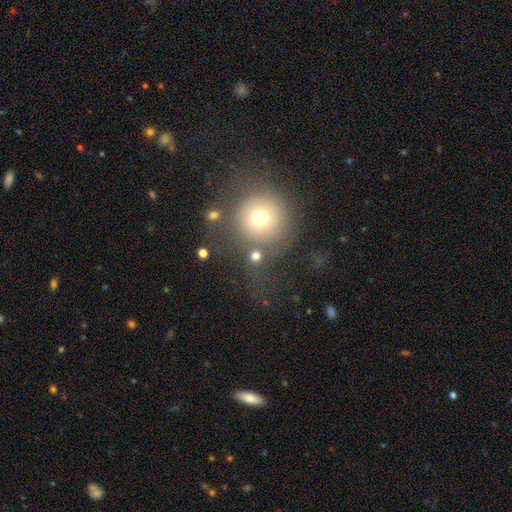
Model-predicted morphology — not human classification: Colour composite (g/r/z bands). It shows a smooth galaxy with no disk features (69%) that is round (91%). Merging: none (64%).